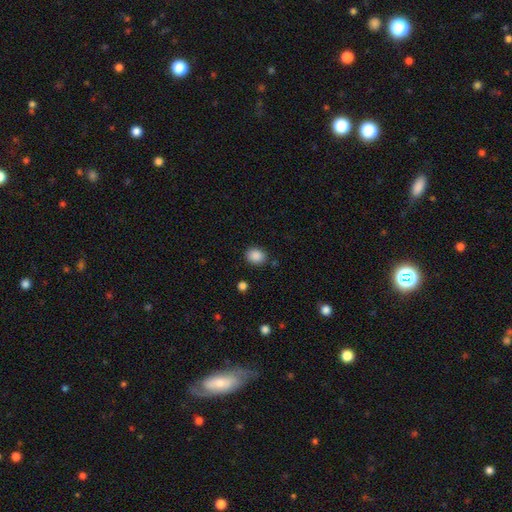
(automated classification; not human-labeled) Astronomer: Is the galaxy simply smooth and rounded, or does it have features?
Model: smooth — 88%.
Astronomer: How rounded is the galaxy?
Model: round — 54% (runner-up: in between, 45%).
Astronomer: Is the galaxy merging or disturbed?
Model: none — 84%.